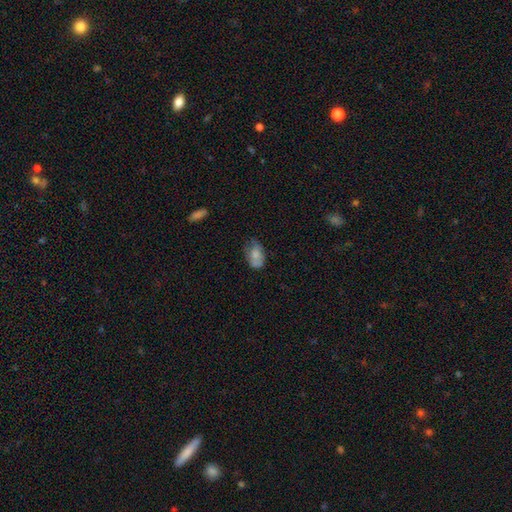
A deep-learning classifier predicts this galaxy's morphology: Smooth or featured: smooth — 69% (featured or disk — 23%)
How rounded: in between — 90% (round — 8%)
Merging: none — 51% (minor disturbance — 34%)